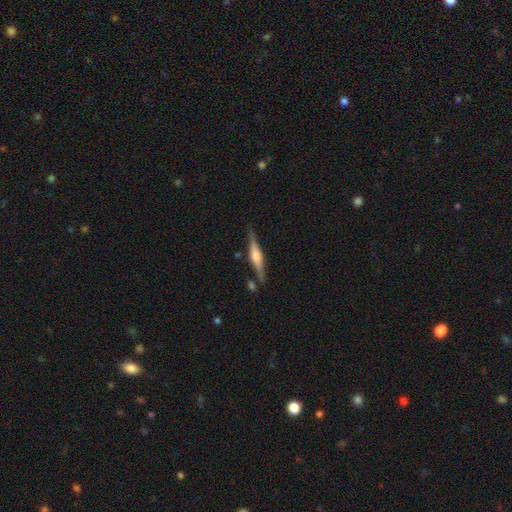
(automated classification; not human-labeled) smooth-or-featured: featured or disk: 72% | smooth: 22% | star or artifact: 6%
  disk-edge-on: yes: 97% | no: 3%
    edge-on-bulge: rounded: 74% | boxy: 21% | none: 5%
  merging: none: 84% | minor disturbance: 10% | merger: 3% | major disturbance: 2%